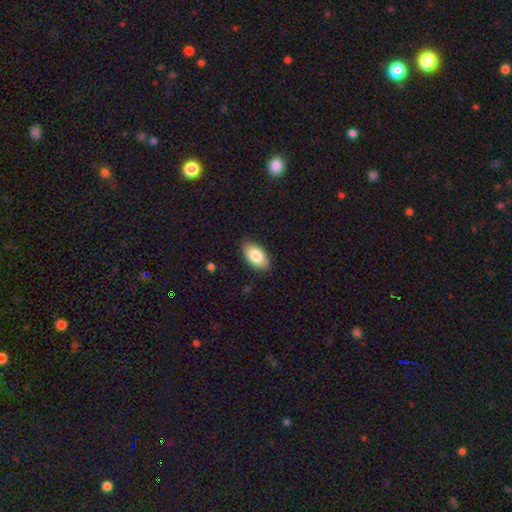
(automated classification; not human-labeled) This is clearly a smooth galaxy (84%). How rounded: clearly in between (94%). Merging: clearly none (87%).